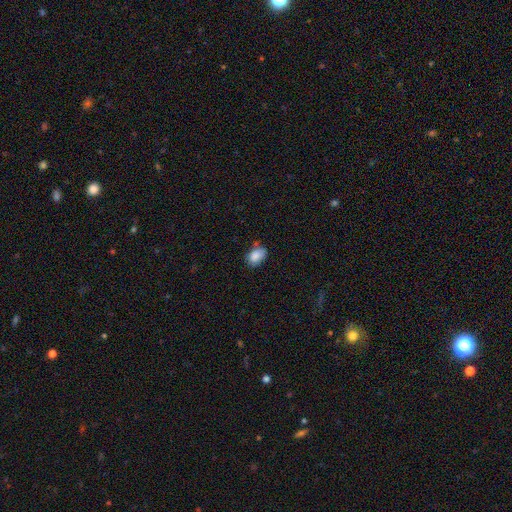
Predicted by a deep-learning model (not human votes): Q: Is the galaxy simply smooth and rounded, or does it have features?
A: smooth — 85%.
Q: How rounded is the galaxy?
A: in between — 83%.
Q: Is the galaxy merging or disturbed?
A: none — 61%.